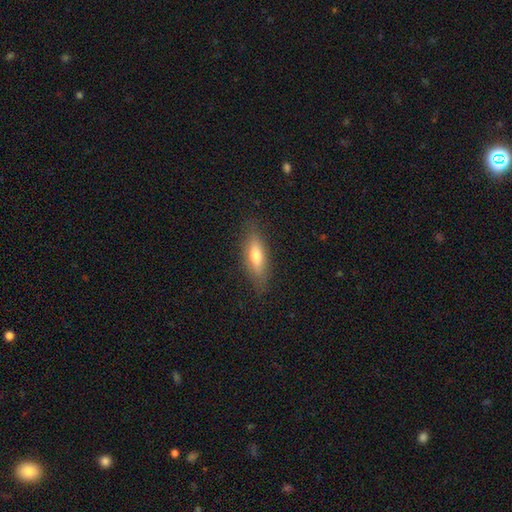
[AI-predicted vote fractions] smooth 63%, featured or disk 30%, star or artifact 7%. Down the decision tree: how rounded — cigar-shaped (52%); merging — none (83%).